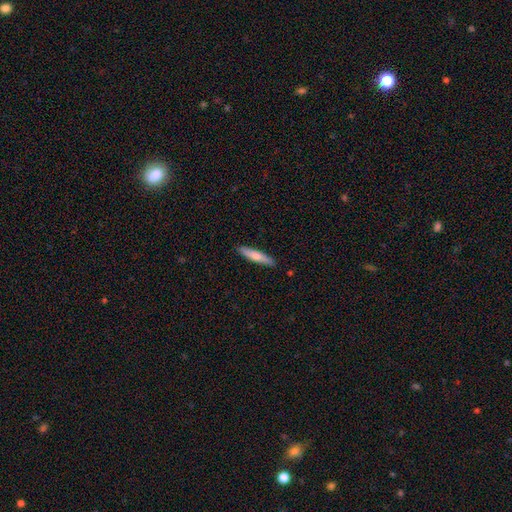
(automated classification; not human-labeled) smooth 67%, featured or disk 28%, star or artifact 5%. Down the decision tree: how rounded — cigar-shaped (88%); merging — none (90%).